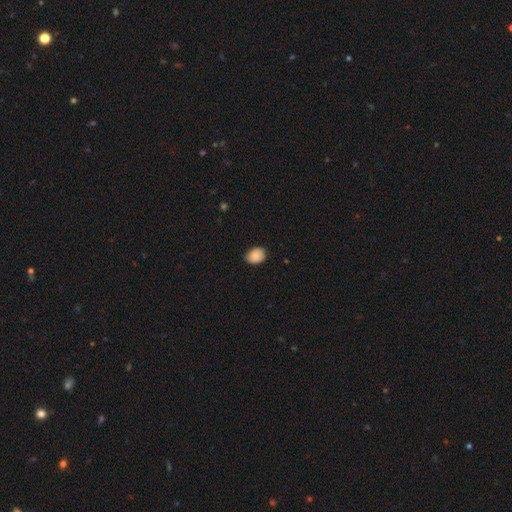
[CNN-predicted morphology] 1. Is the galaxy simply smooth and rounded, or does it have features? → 86% smooth, 8% star or artifact, 6% featured or disk.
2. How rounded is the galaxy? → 59% in between, 41% round, 1% cigar-shaped.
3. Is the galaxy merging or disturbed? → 80% none, 17% minor disturbance, 2% major disturbance, 1% merger.